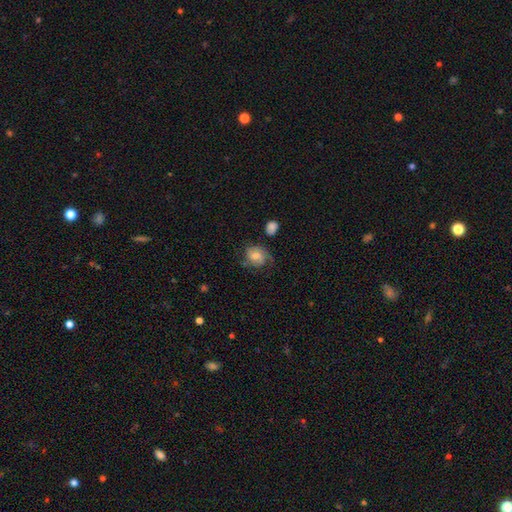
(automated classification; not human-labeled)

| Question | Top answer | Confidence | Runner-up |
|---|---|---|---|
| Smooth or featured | featured or disk | 57% | smooth (34%) |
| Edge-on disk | no | 97% | yes (3%) |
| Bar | no | 57% | weak (36%) |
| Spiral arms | yes | 88% | no (12%) |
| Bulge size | moderate | 57% | small (27%) |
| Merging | none | 56% | minor disturbance (25%) |